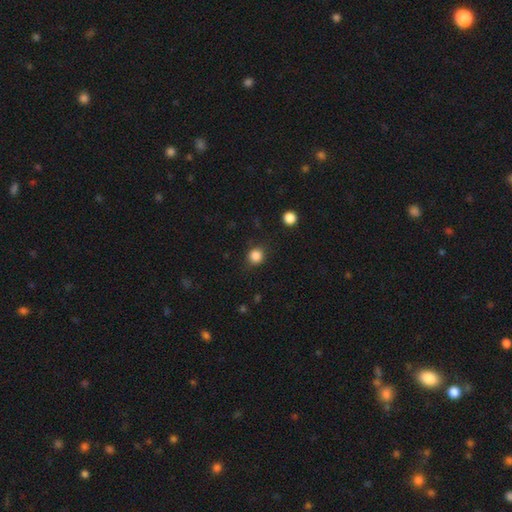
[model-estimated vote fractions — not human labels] smooth 85%, star or artifact 11%, featured or disk 3%. Down the decision tree: how rounded — round (88%); merging — none (86%).